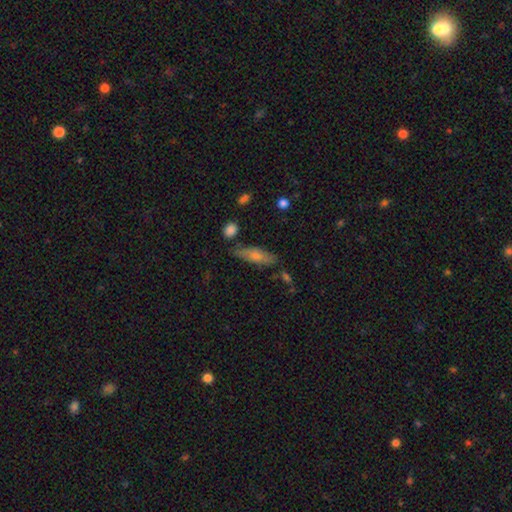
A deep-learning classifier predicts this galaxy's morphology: smooth 62%, featured or disk 31%, star or artifact 8%. Down the decision tree: how rounded — cigar-shaped (52%); merging — none (77%).